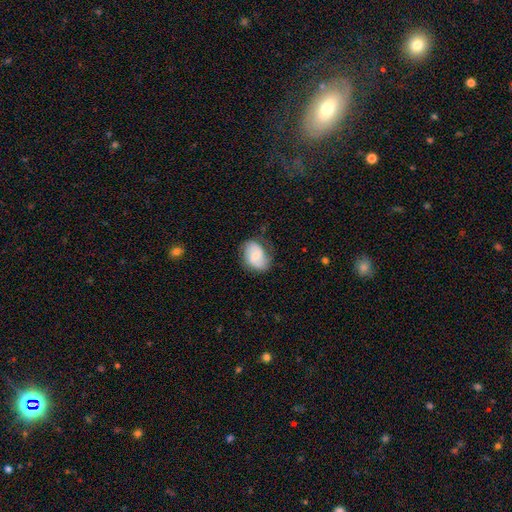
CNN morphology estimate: Smooth or featured? Predicted: featured or disk (p=0.54). Edge-on disk? Predicted: no (p=0.97). Bar? Predicted: no (p=0.49). Spiral arms? Predicted: yes (p=0.88). Bulge size? Predicted: small (p=0.46). Merging? Predicted: none (p=0.71).